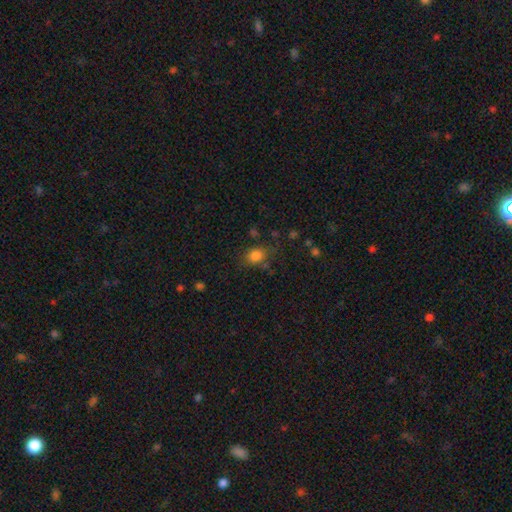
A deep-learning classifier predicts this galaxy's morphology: Smooth or featured? Predicted: smooth (p=0.82). How rounded? Predicted: in between (p=0.52). Merging? Predicted: none (p=0.72).